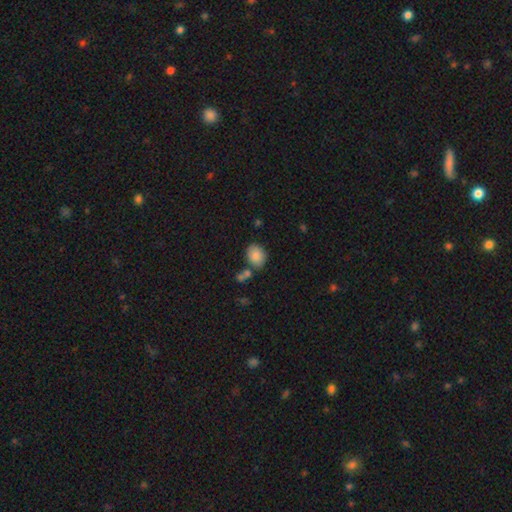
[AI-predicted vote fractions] A smooth galaxy with no disk features (84%) that is in between round and cigar-shaped (63%).

Vote fractions:
- Smooth or featured? smooth: 84% / star or artifact: 8% / featured or disk: 8%
- How rounded? in between: 63% / round: 36% / cigar-shaped: 1%
- Merging? none: 66% / minor disturbance: 15% / merger: 15% / major disturbance: 4%